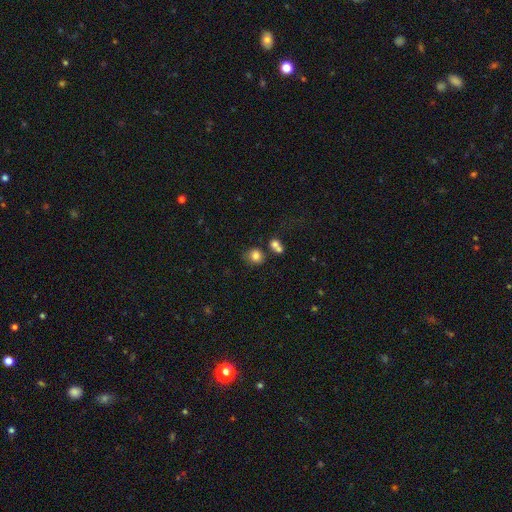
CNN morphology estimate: Smooth or featured? Predicted: smooth (p=0.80). How rounded? Predicted: round (p=0.77). Merging? Predicted: none (p=0.57).